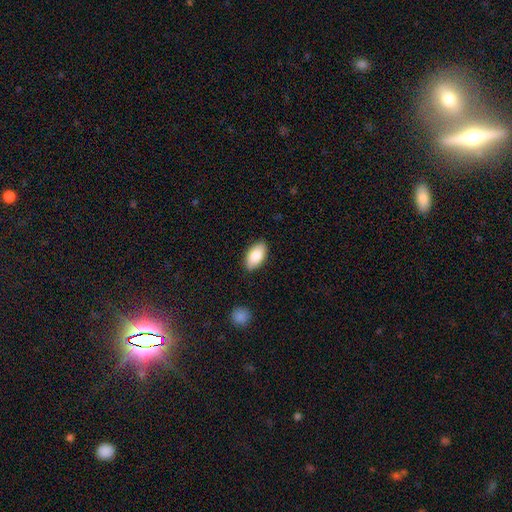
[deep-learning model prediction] Smooth or featured?
  - smooth: 86% *
  - featured or disk: 8%
  - star or artifact: 6%
How rounded?
  - in between: 94% *
  - cigar-shaped: 3%
  - round: 3%
Merging?
  - none: 86% *
  - minor disturbance: 10%
  - major disturbance: 2%
  - merger: 1%